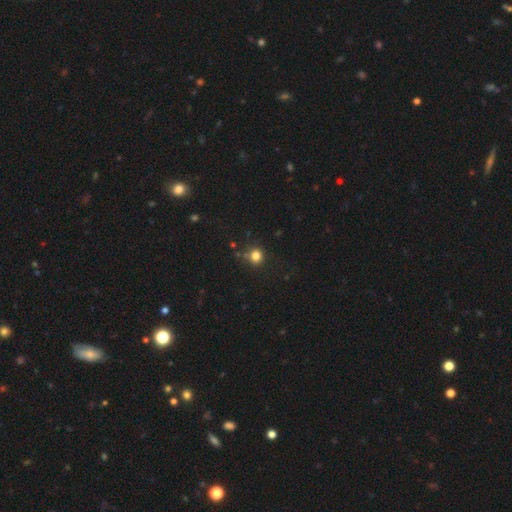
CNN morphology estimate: Smooth or featured?
  - smooth: 81% *
  - star or artifact: 14%
  - featured or disk: 5%
How rounded?
  - round: 90% *
  - in between: 9%
  - cigar-shaped: 1%
Merging?
  - none: 81% *
  - minor disturbance: 11%
  - merger: 5%
  - major disturbance: 3%